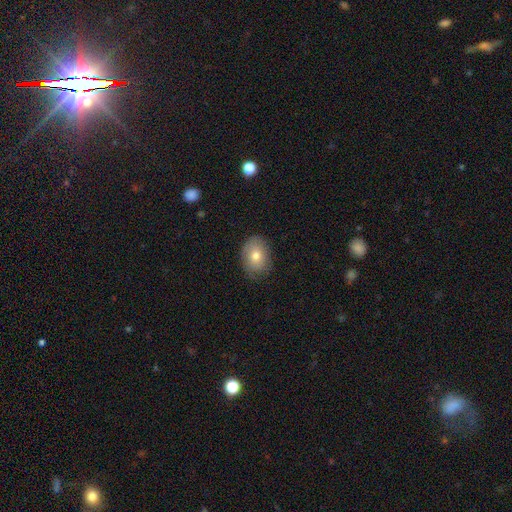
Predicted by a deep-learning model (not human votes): Smooth or featured? smooth (72%)
How rounded? in between (68%)
Merging? none (75%)